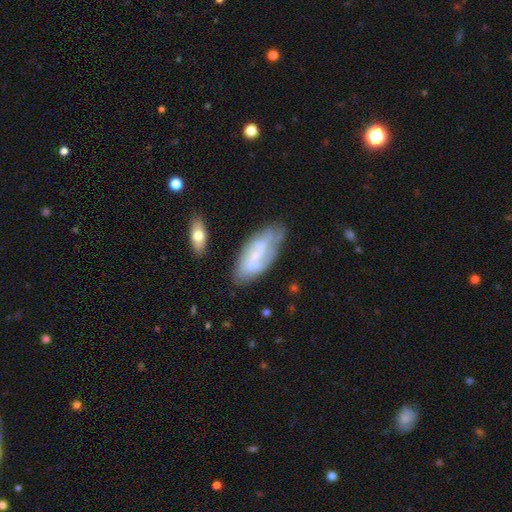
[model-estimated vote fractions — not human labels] Q: Smooth or featured?
A: featured or disk (61%); runner-up: smooth (32%)
Q: Edge-on disk?
A: no (90%); runner-up: yes (10%)
Q: Bar?
A: no (48%); runner-up: weak (40%)
Q: Spiral arms?
A: yes (81%); runner-up: no (19%)
Q: Bulge size?
A: small (58%); runner-up: moderate (20%)
Q: Merging?
A: none (63%); runner-up: minor disturbance (25%)